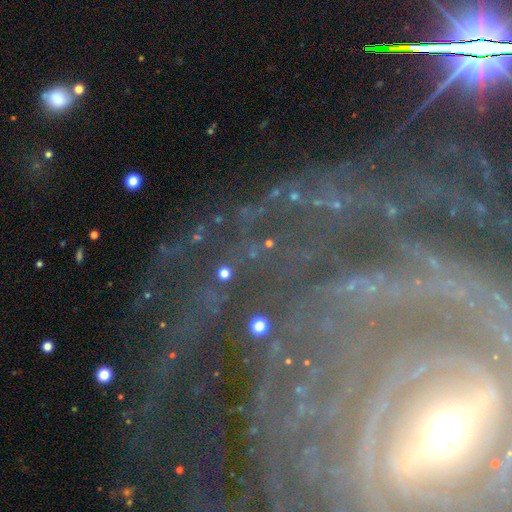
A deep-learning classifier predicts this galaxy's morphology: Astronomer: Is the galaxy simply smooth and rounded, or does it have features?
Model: featured or disk — 70%.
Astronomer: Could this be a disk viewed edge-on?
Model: no — 93%.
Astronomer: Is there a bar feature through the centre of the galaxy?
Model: strong — 40% (runner-up: no, 32%).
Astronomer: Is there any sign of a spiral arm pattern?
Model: yes — 94%.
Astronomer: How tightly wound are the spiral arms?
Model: tight — 77%.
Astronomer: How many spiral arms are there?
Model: can't tell — 25% (runner-up: 2, 18%).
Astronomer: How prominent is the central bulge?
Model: small — 61%.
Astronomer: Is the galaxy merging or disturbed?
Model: none — 74%.